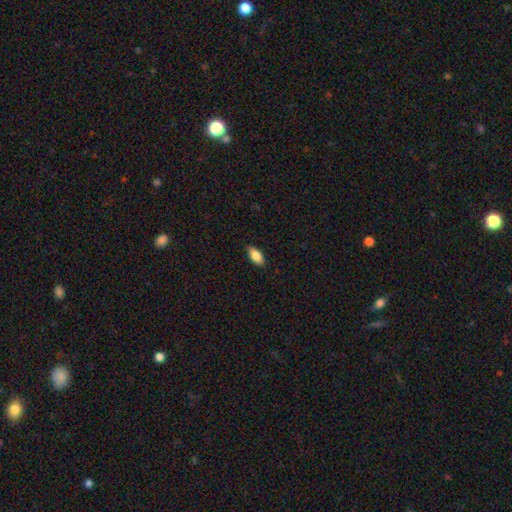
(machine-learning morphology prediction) smooth-or-featured: smooth: 83% | featured or disk: 10% | star or artifact: 7%
  how-rounded: in between: 89% | cigar-shaped: 9% | round: 2%
  merging: none: 87% | minor disturbance: 11% | major disturbance: 2% | merger: 1%